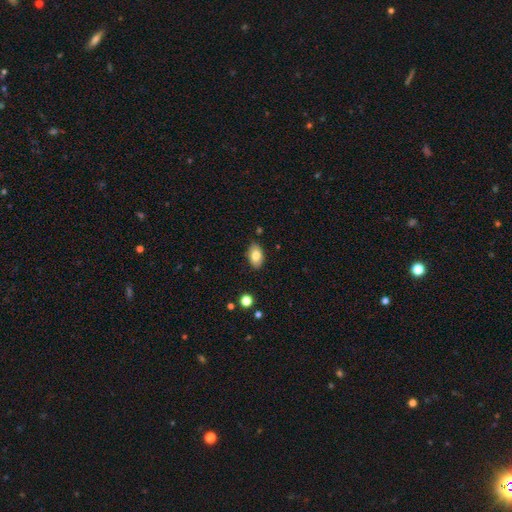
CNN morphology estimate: Smooth or featured: smooth — 80% (featured or disk — 12%)
How rounded: in between — 89% (round — 9%)
Merging: none — 86% (minor disturbance — 10%)